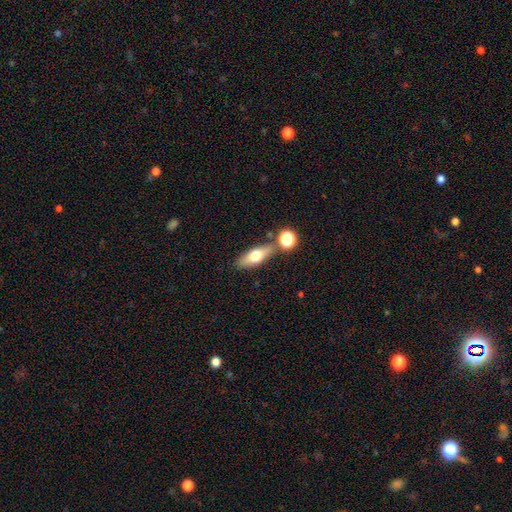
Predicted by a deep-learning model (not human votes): The model was most divided on "how rounded": in between: 63%, cigar-shaped: 31%, round: 6%. More confident: merging — none (73%); smooth or featured — smooth (64%).